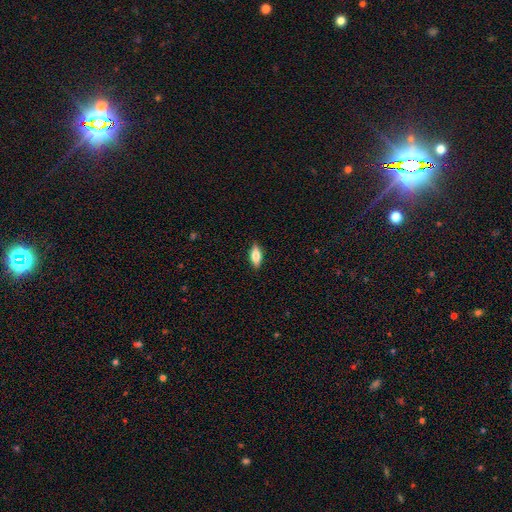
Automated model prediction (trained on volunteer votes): Overall: smooth (70%). How rounded: in between (76%). Merging: none (88%).